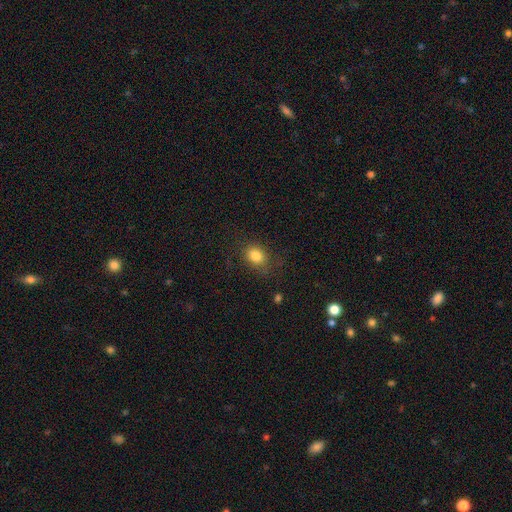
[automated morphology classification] type=smooth (83%); roundness=in between (53%); merging=none (74%).